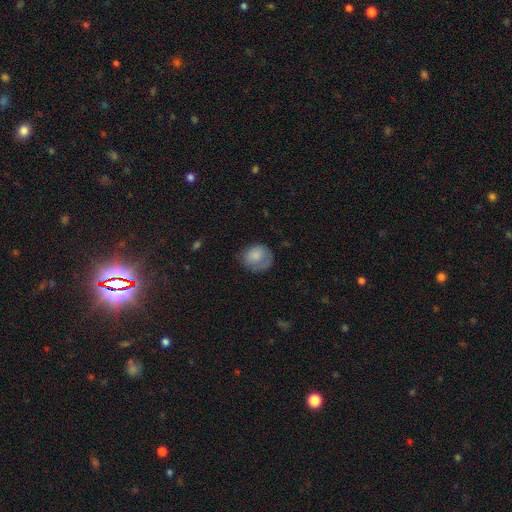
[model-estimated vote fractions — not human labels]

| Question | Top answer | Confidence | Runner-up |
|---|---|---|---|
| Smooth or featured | smooth | 76% | featured or disk (17%) |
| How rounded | round | 70% | in between (29%) |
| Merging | none | 58% | minor disturbance (25%) |